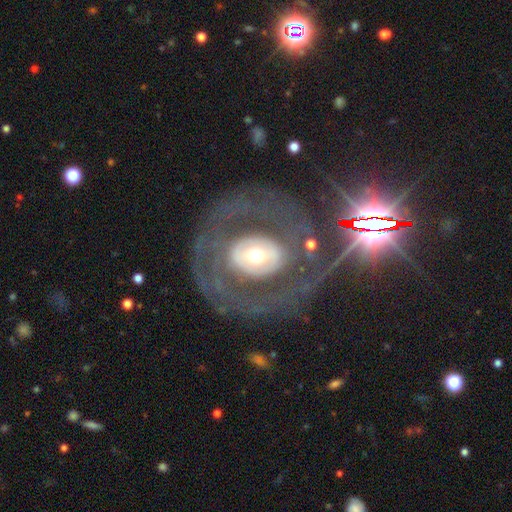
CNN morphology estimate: featured or disk 71%, smooth 20%, star or artifact 8%. Down the decision tree: edge-on disk — no (94%); bar — no (56%); spiral arms — no (51%); bulge size — moderate (49%); merging — none (65%).